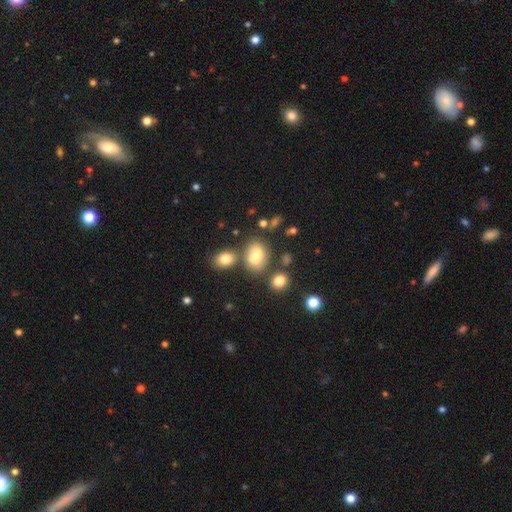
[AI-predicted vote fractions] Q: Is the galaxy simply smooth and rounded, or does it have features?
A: smooth — 77%.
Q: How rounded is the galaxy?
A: in between — 75%.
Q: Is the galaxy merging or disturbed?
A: none — 65%.